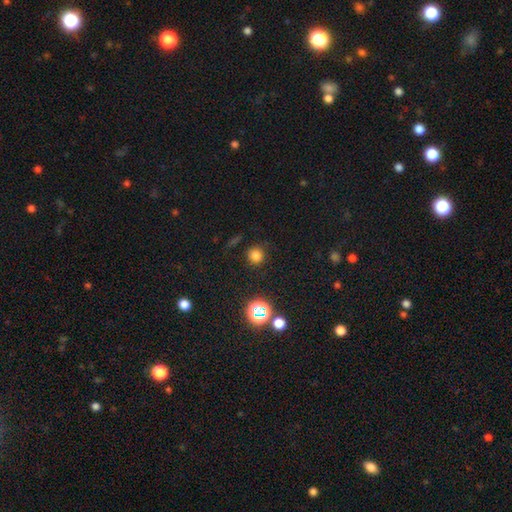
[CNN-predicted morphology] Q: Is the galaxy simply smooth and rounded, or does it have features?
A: smooth — 75%.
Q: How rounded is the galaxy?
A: round — 93%.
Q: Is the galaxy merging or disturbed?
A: none — 84%.